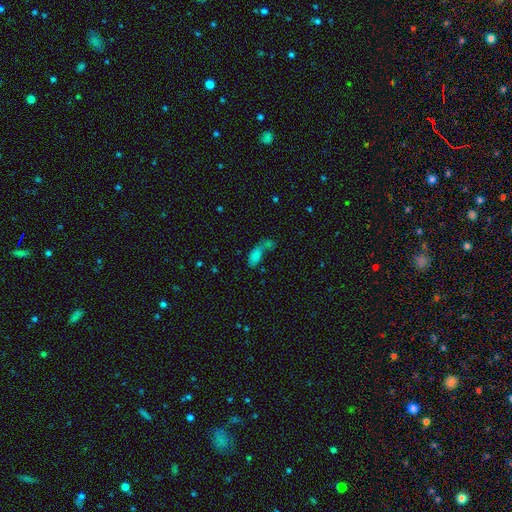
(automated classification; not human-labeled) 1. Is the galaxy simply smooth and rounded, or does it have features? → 77% smooth, 13% star or artifact, 11% featured or disk.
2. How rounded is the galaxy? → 85% in between, 10% cigar-shaped, 5% round.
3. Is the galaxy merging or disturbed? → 54% merger, 25% none, 11% minor disturbance, 10% major disturbance.